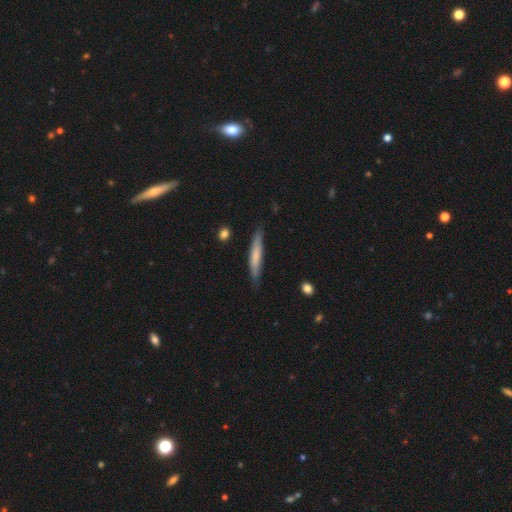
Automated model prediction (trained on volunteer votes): Smooth or featured?
  - smooth: 64% *
  - featured or disk: 31%
  - star or artifact: 5%
How rounded?
  - cigar-shaped: 92% *
  - in between: 7%
  - round: 1%
Merging?
  - none: 82% *
  - minor disturbance: 15%
  - major disturbance: 2%
  - merger: 2%